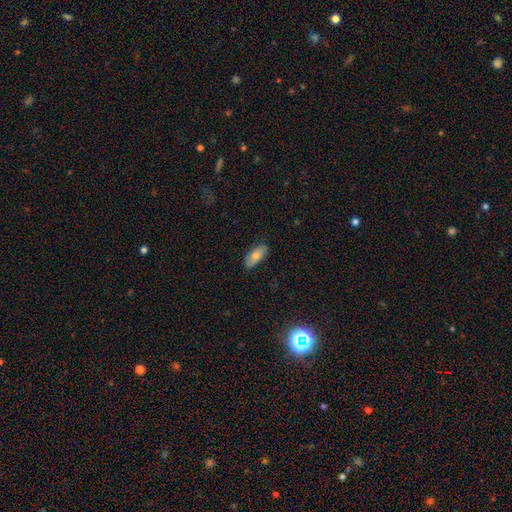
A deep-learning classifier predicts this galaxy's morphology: type=smooth (72%); roundness=in between (88%); merging=none (82%).